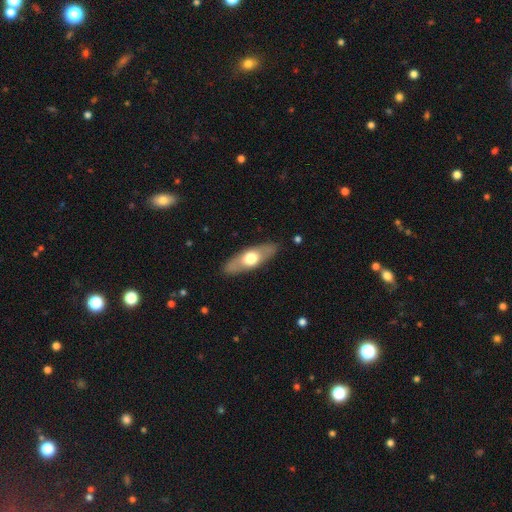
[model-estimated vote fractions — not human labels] Smooth or featured? smooth (48%)
Merging? none (87%)